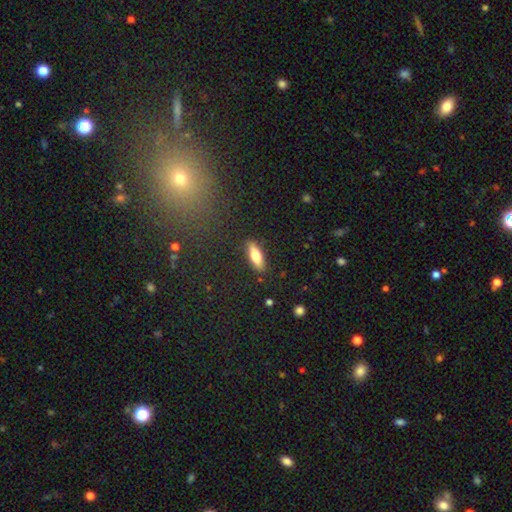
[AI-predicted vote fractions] Overall: smooth (71%). How rounded: cigar-shaped (51%; in between 47%). Merging: none (87%).